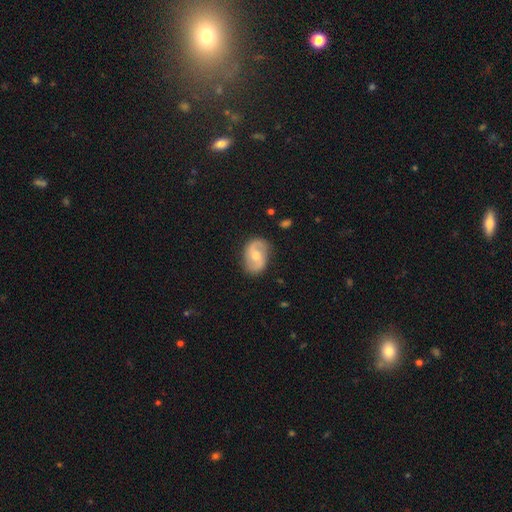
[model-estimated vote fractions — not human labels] smooth_or_featured: featured or disk (p=0.73) [alt: smooth p=0.21]
disk_edge_on: no (p=0.97) [alt: yes p=0.03]
bar: weak (p=0.45) [alt: no p=0.44]
has_spiral_arms: yes (p=0.90) [alt: no p=0.10]
spiral_winding: medium (p=0.48) [alt: loose p=0.32]
spiral_arm_count: 2 (p=0.90) [alt: can't tell p=0.05]
bulge_size: moderate (p=0.67) [alt: small p=0.26]
merging: none (p=0.82) [alt: minor disturbance p=0.13]